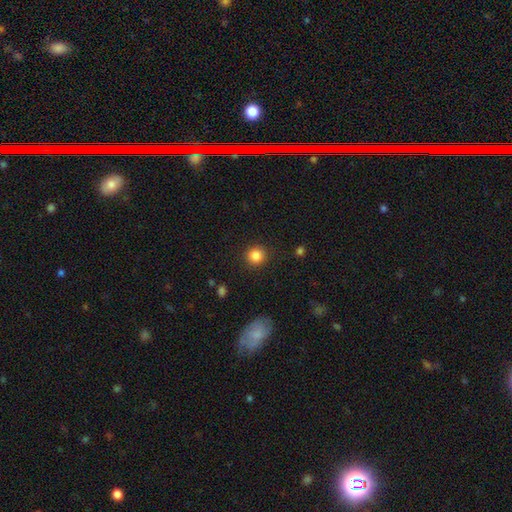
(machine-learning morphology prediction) smooth 85%, star or artifact 10%, featured or disk 4%. Down the decision tree: how rounded — round (92%); merging — none (90%).